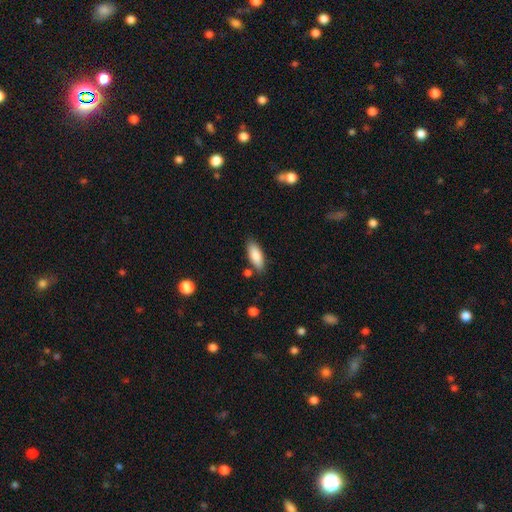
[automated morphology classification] Smooth or featured? Predicted: smooth (p=0.86). How rounded? Predicted: in between (p=0.76). Merging? Predicted: none (p=0.81).